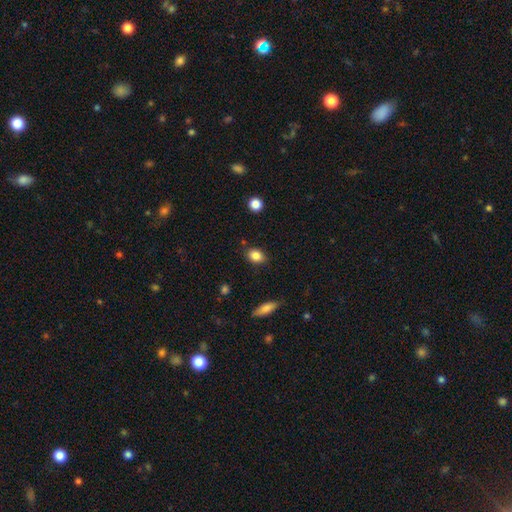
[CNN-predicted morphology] Smooth or featured: smooth — 85% (star or artifact — 9%)
How rounded: in between — 67% (round — 31%)
Merging: none — 83% (minor disturbance — 12%)